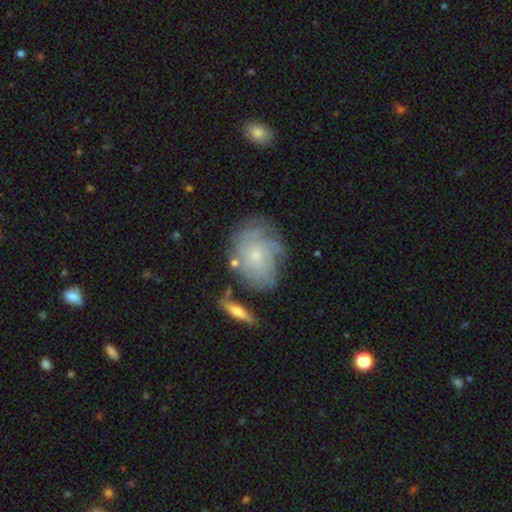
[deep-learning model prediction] smooth_or_featured: featured or disk (p=0.73) [alt: smooth p=0.20]
disk_edge_on: no (p=0.96) [alt: yes p=0.04]
bar: no (p=0.77) [alt: weak p=0.21]
has_spiral_arms: yes (p=0.90) [alt: no p=0.10]
spiral_winding: tight (p=0.60) [alt: medium p=0.28]
spiral_arm_count: can't tell (p=0.43) [alt: 3 p=0.17]
bulge_size: small (p=0.66) [alt: moderate p=0.26]
merging: none (p=0.62) [alt: minor disturbance p=0.22]